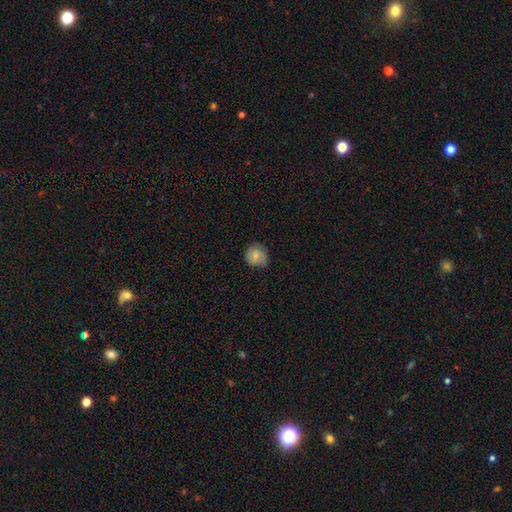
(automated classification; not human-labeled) A smooth galaxy with no disk features (78%) that is round (85%). Merging: none (70%).